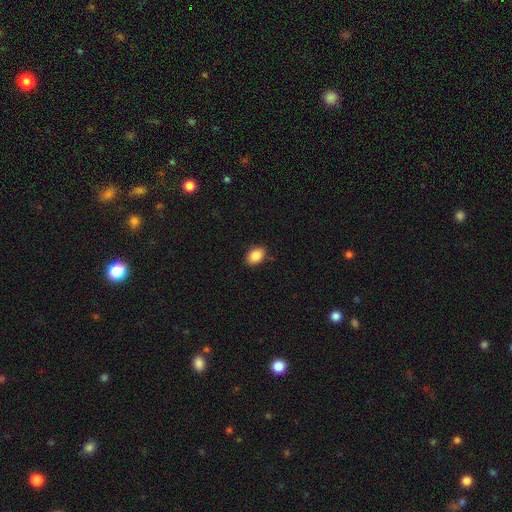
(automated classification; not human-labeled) Smooth or featured: smooth — 87% (star or artifact — 8%)
How rounded: in between — 84% (round — 15%)
Merging: none — 87% (minor disturbance — 10%)